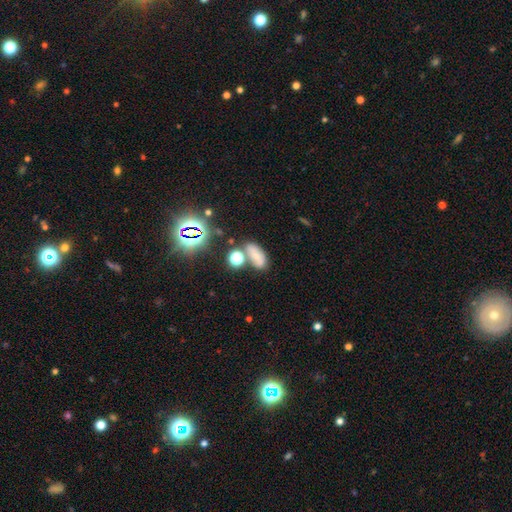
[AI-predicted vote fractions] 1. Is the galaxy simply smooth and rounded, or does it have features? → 61% smooth, 22% star or artifact, 18% featured or disk.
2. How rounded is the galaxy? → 79% in between, 14% round, 7% cigar-shaped.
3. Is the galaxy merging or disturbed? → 55% none, 23% merger, 16% minor disturbance, 7% major disturbance.